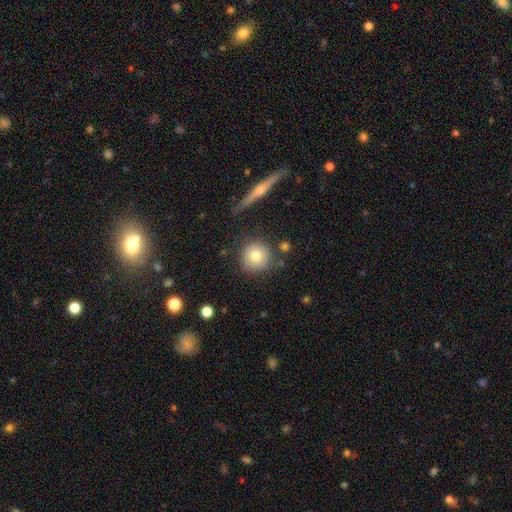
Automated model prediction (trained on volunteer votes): This appears to be a smooth galaxy with no disk features (76%) that is round (93%). Merging: none (82%).